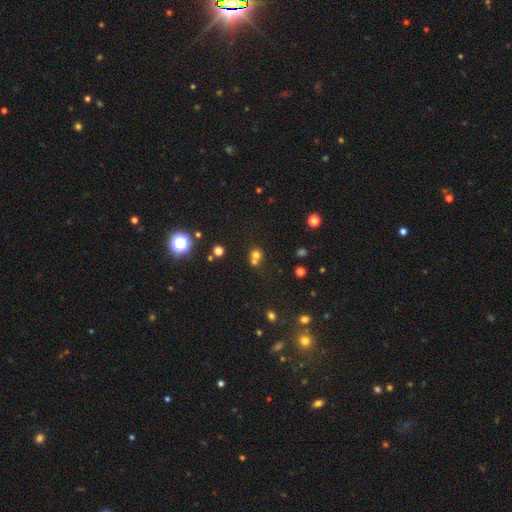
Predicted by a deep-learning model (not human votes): This is likely a smooth galaxy (66%). How rounded: clearly round (83%). Merging: possibly merger (47%).